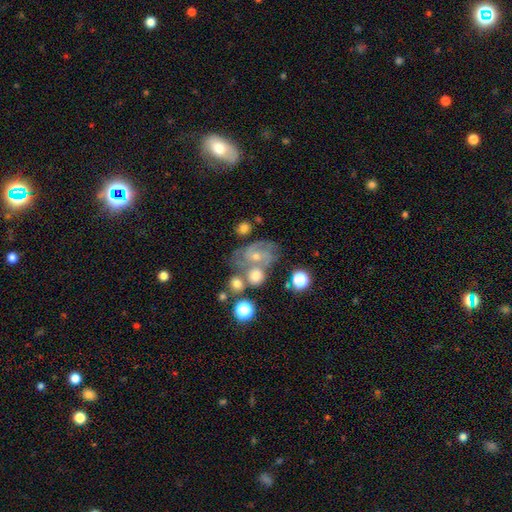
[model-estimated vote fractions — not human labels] featured or disk 64%, smooth 21%, star or artifact 15%. Down the decision tree: edge-on disk — no (97%); bar — no (67%); spiral arms — yes (87%); spiral arm count — can't tell (30%, tied with 2); spiral winding — tight (45%); bulge size — small (58%); merging — none (43%).